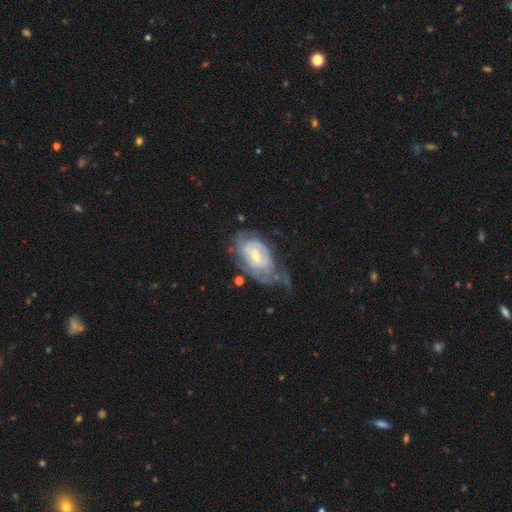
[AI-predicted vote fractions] This appears to be a featured or disk galaxy (74%) with no bar (49%), tight (59%) spiral arms (79%) and a small central bulge (48%). Merging: none (37%).